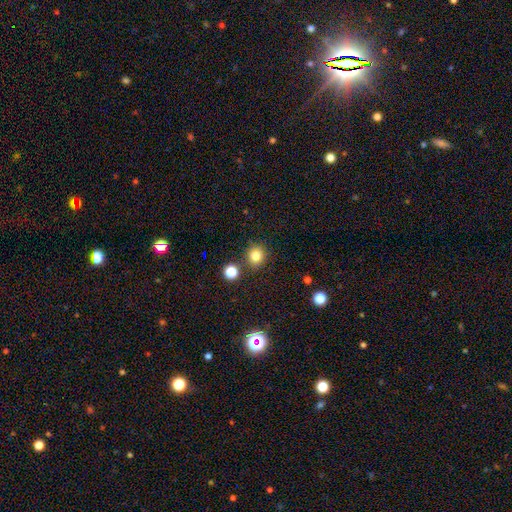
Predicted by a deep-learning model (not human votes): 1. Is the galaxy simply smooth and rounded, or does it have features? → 80% smooth, 14% star or artifact, 6% featured or disk.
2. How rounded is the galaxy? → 83% round, 16% in between, 1% cigar-shaped.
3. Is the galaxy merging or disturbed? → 82% none, 9% minor disturbance, 6% merger, 3% major disturbance.